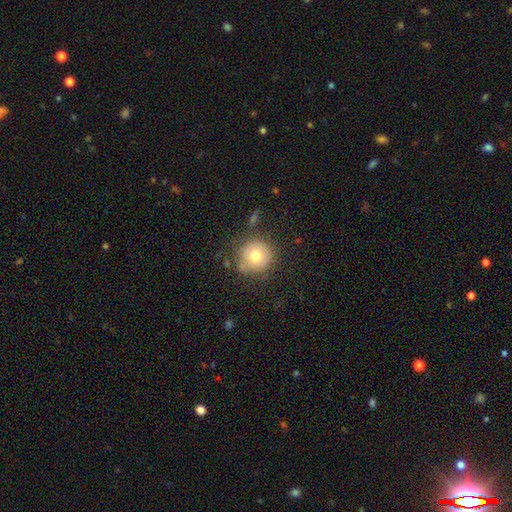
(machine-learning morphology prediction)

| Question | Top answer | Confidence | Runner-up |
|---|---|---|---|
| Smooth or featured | smooth | 73% | featured or disk (17%) |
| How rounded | round | 93% | in between (6%) |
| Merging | none | 74% | minor disturbance (16%) |